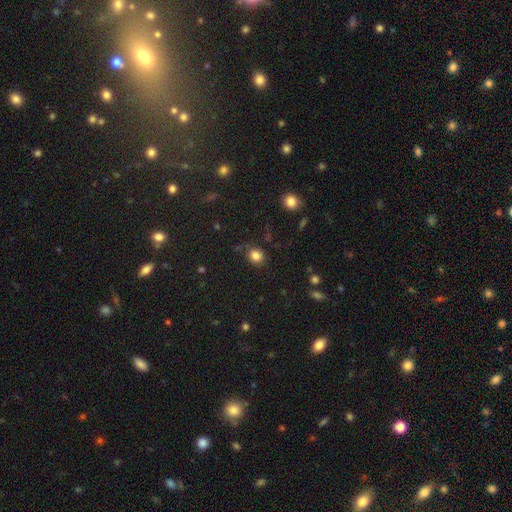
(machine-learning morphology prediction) A smooth galaxy with no disk features (83%) that is round (77%).

Vote fractions:
- Smooth or featured? smooth: 83% / star or artifact: 12% / featured or disk: 5%
- How rounded? round: 77% / in between: 22% / cigar-shaped: 1%
- Merging? none: 80% / minor disturbance: 14% / major disturbance: 4% / merger: 3%